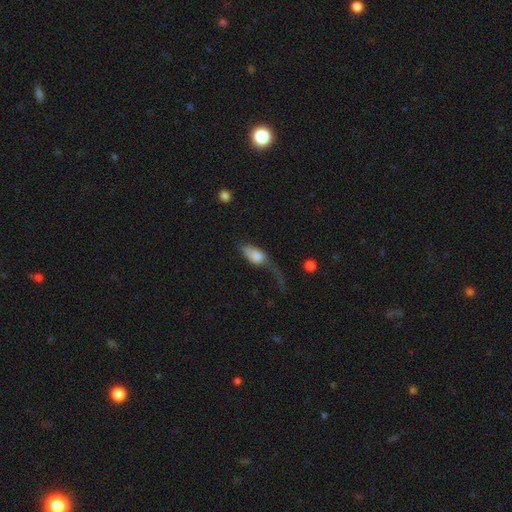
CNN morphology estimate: This is likely a smooth galaxy (63%). How rounded: clearly in between (81%). Merging: possibly major disturbance (59%).